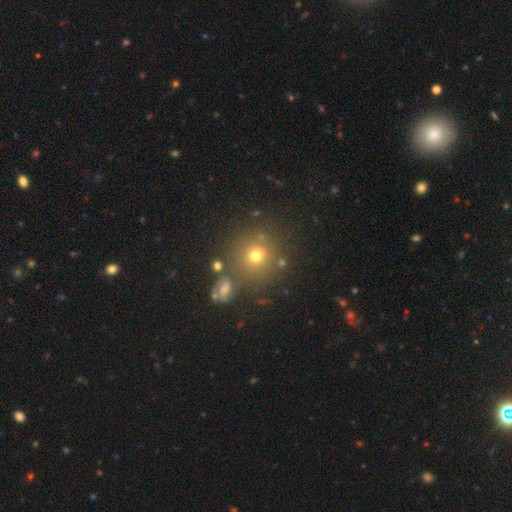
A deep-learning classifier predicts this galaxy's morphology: Smooth or featured? Predicted: smooth (p=0.67). How rounded? Predicted: round (p=0.92). Merging? Predicted: none (p=0.77).